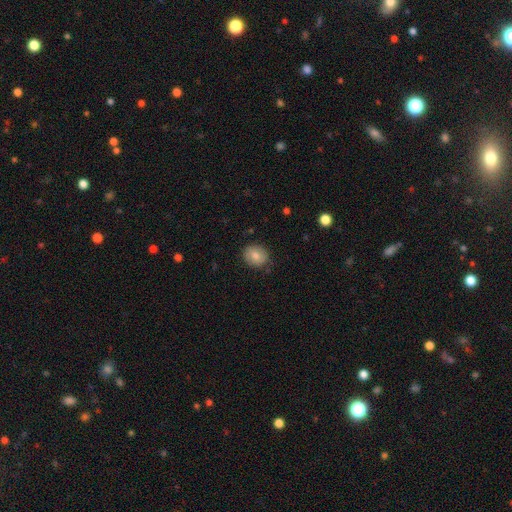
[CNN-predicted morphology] Smooth or featured? smooth (79%)
How rounded? round (67%)
Merging? none (83%)